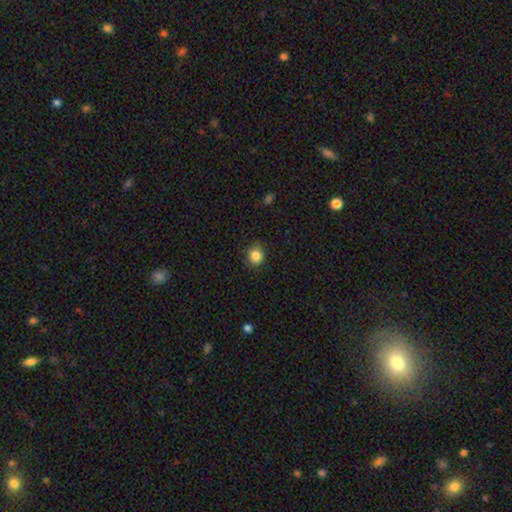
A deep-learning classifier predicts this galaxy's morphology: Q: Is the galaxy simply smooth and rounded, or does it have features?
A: smooth — 85%.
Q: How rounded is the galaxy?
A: round — 86%.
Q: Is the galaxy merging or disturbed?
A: none — 87%.